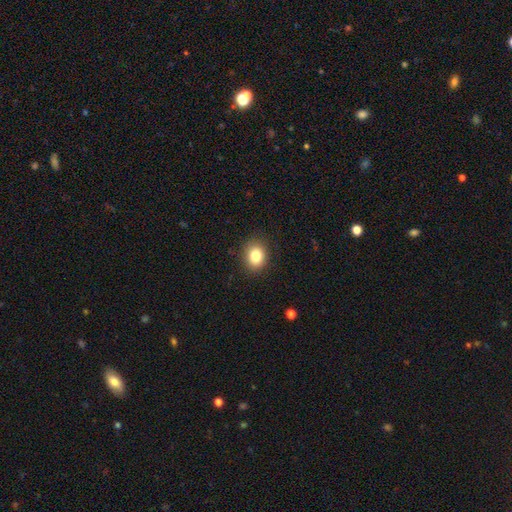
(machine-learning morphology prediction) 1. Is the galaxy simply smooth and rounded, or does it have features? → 83% smooth, 10% star or artifact, 7% featured or disk.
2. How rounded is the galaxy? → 50% in between, 49% round, 1% cigar-shaped.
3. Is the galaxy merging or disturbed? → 88% none, 9% minor disturbance, 2% major disturbance, 1% merger.